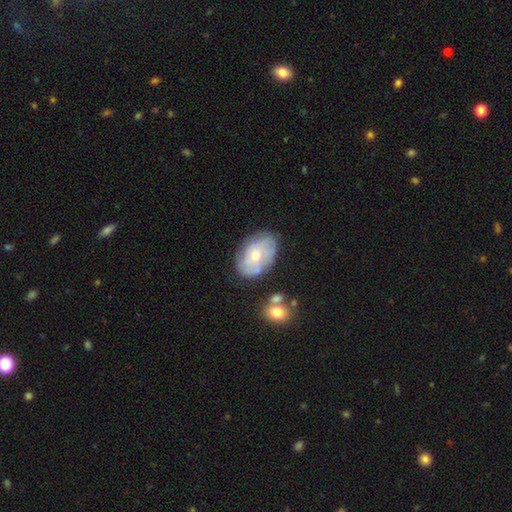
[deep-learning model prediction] smooth 48%, featured or disk 45%, star or artifact 7%. Down the decision tree: merging — none (65%).